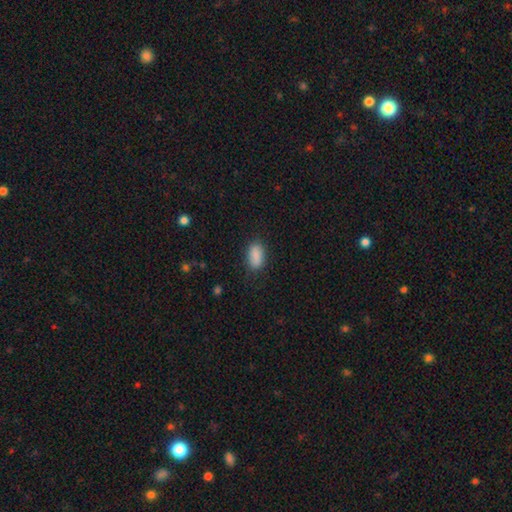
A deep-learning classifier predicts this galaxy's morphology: smooth_or_featured: smooth (p=0.88) [alt: star or artifact p=0.08]
how_rounded: in between (p=0.91) [alt: round p=0.06]
merging: none (p=0.81) [alt: minor disturbance p=0.14]